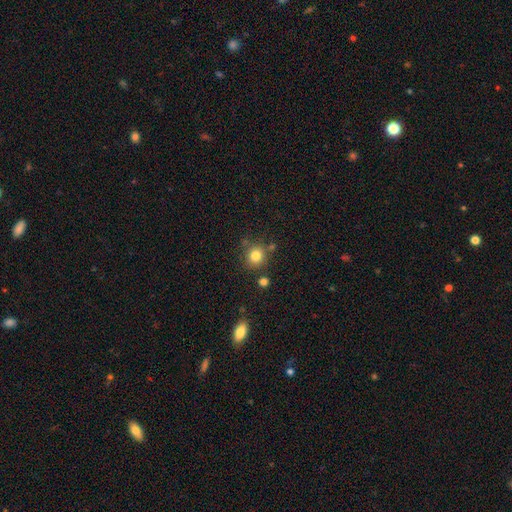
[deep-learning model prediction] smooth-or-featured: smooth: 81% | star or artifact: 12% | featured or disk: 7%
  how-rounded: round: 87% | in between: 12% | cigar-shaped: 1%
  merging: none: 79% | minor disturbance: 11% | merger: 7% | major disturbance: 3%